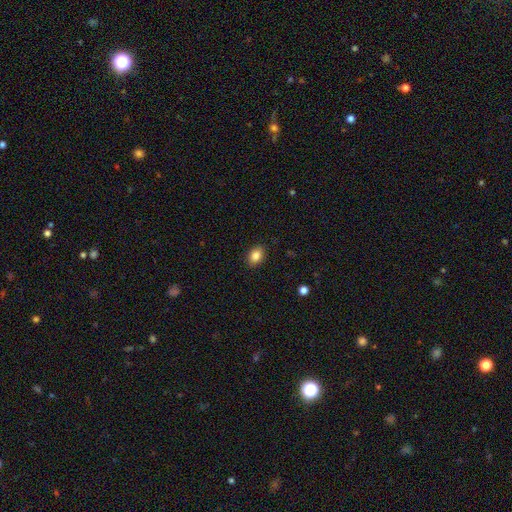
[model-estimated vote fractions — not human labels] Q: Smooth or featured?
A: smooth (85%); runner-up: star or artifact (9%)
Q: How rounded?
A: in between (76%); runner-up: round (22%)
Q: Merging?
A: none (89%); runner-up: minor disturbance (8%)